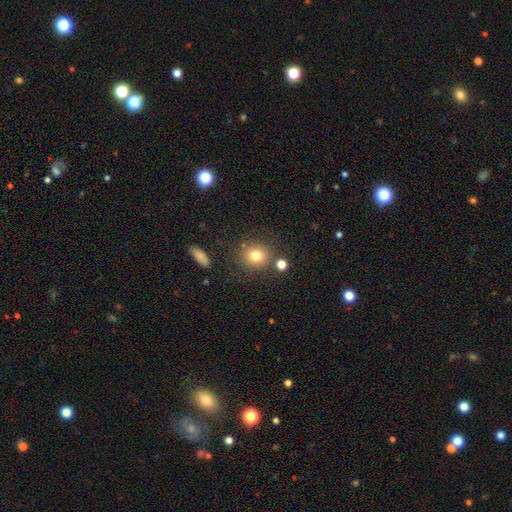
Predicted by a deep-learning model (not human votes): Smooth or featured? smooth (77%)
How rounded? round (85%)
Merging? none (80%)